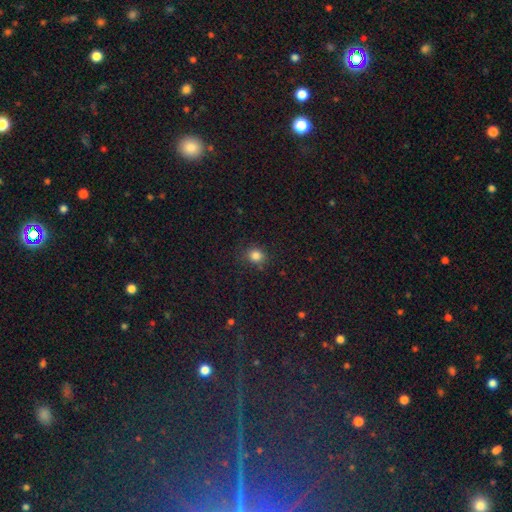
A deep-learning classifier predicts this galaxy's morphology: This appears to be a smooth galaxy with no disk features (82%) that is round (78%). Merging: none (81%).